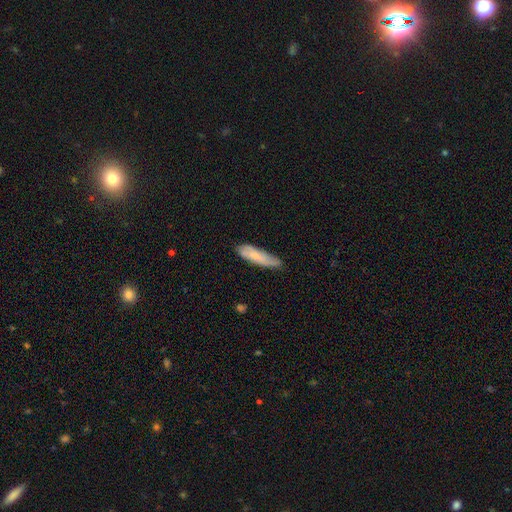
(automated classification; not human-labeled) Q: Smooth or featured?
A: smooth (72%); runner-up: featured or disk (21%)
Q: How rounded?
A: cigar-shaped (70%); runner-up: in between (28%)
Q: Merging?
A: none (63%); runner-up: minor disturbance (29%)